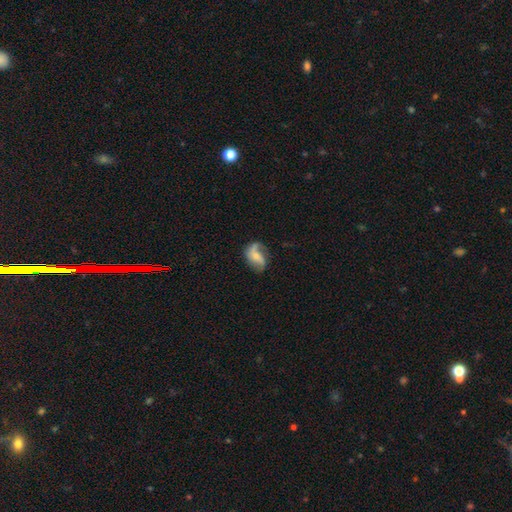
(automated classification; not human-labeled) The model was most divided on "bar": no: 46%, weak: 36%, strong: 18%. More confident: edge-on disk — no (96%); spiral arms — yes (88%); spiral arm count — 2 (68%); smooth or featured — featured or disk (65%); spiral winding — loose (61%); bulge size — small (53%); merging — none (52%).